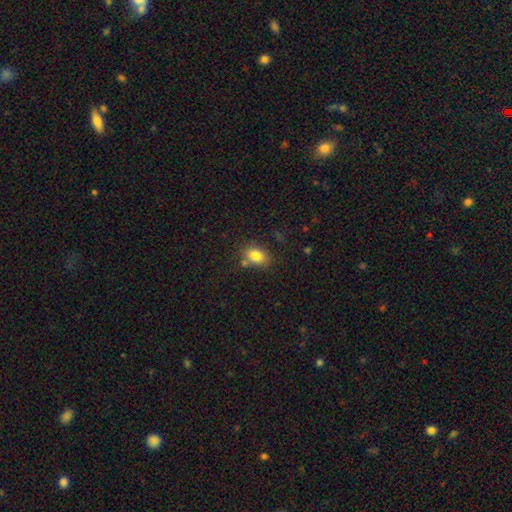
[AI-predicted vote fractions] This is clearly a smooth galaxy (82%). How rounded: likely in between (68%). Merging: likely none (68%).